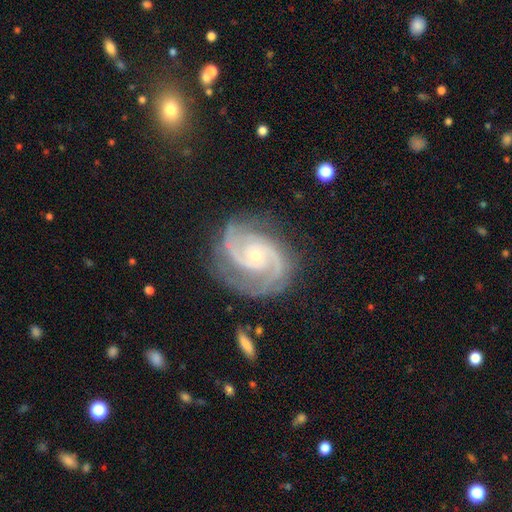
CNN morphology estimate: Smooth or featured?
  - featured or disk: 93% *
  - star or artifact: 5%
  - smooth: 3%
Edge-on disk?
  - no: 98% *
  - yes: 2%
Bar?
  - no: 69% *
  - weak: 25%
  - strong: 6%
Spiral arms?
  - yes: 99% *
  - no: 1%
Spiral winding?
  - medium: 47% *
  - tight: 46%
  - loose: 7%
Spiral arm count?
  - 2: 77% *
  - 3: 12%
  - can't tell: 4%
  - 4: 3%
  - 1: 2%
  - more than 4: 2%
Bulge size?
  - small: 70% *
  - moderate: 27%
  - large: 1%
  - none: 1%
  - dominant: 1%
Merging?
  - none: 76% *
  - minor disturbance: 16%
  - major disturbance: 6%
  - merger: 2%